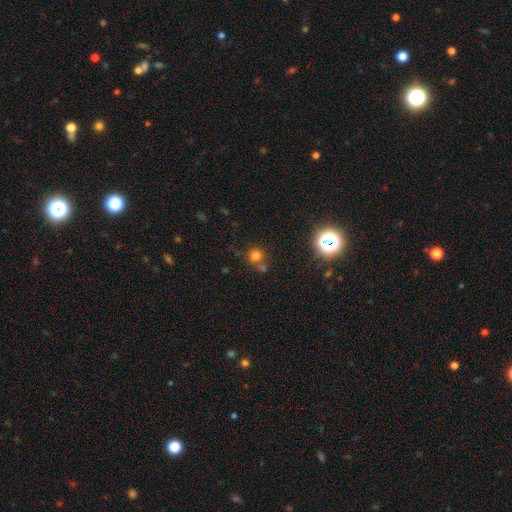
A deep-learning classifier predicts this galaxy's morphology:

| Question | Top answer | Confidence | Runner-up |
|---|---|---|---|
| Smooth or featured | smooth | 70% | star or artifact (22%) |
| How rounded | round | 89% | in between (10%) |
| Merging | none | 59% | merger (26%) |